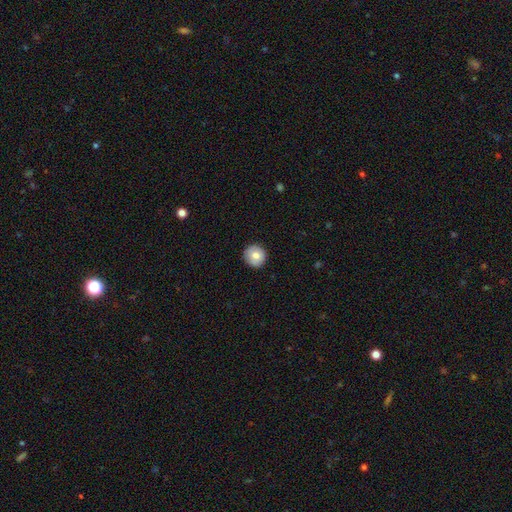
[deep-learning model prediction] Smooth or featured? smooth (78%)
How rounded? round (94%)
Merging? none (89%)